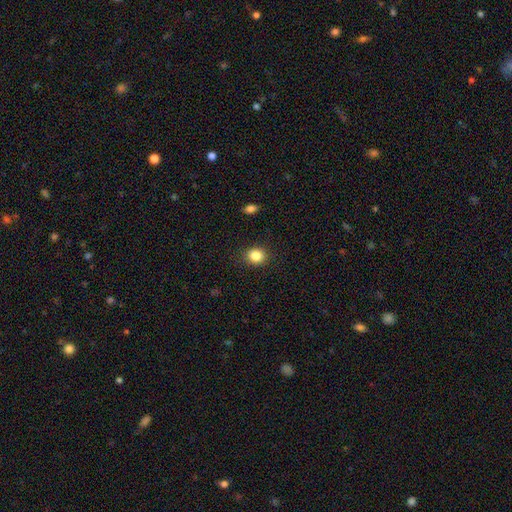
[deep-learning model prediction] Overall: smooth (85%). How rounded: round (72%). Merging: none (89%).